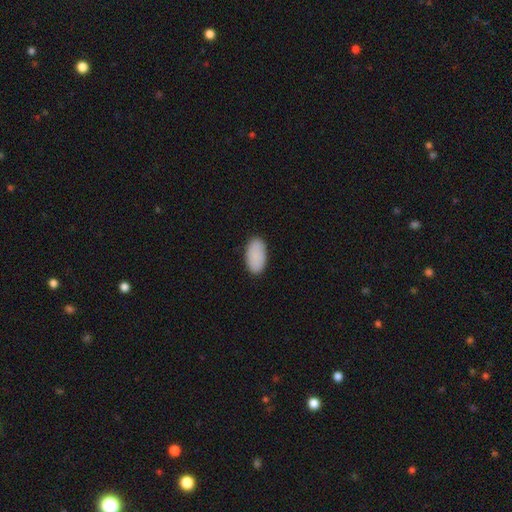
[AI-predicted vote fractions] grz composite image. It shows a smooth galaxy with no disk features (89%) that is in between round and cigar-shaped (95%). Merging: none (87%).